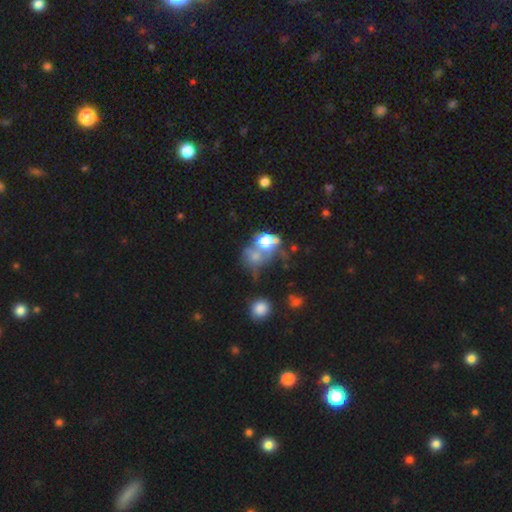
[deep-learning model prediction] Q: Smooth or featured?
A: smooth (57%); runner-up: featured or disk (26%)
Q: How rounded?
A: round (64%); runner-up: in between (34%)
Q: Merging?
A: merger (53%); runner-up: none (23%)